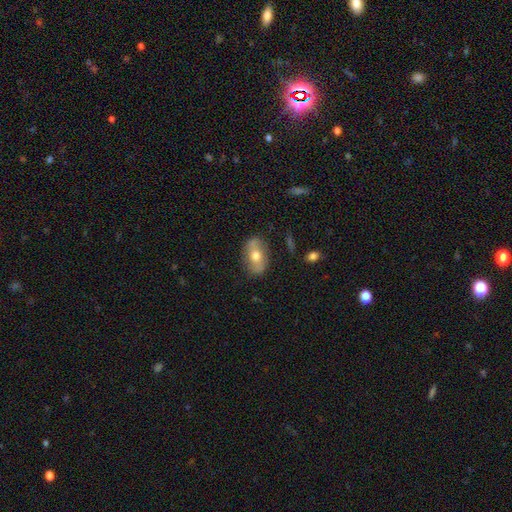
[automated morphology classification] smooth_or_featured: smooth (p=0.52) [alt: featured or disk p=0.41]
how_rounded: in between (p=0.84) [alt: round p=0.12]
merging: none (p=0.80) [alt: minor disturbance p=0.14]